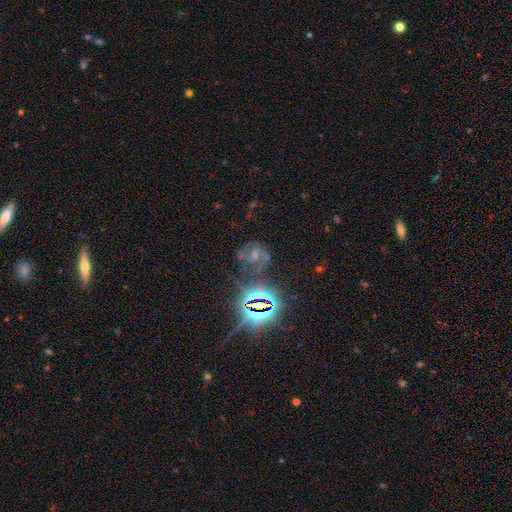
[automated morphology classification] Smooth or featured?
  - featured or disk: 49% *
  - star or artifact: 33%
  - smooth: 19%
Merging?
  - none: 51% *
  - major disturbance: 22%
  - minor disturbance: 20%
  - merger: 7%